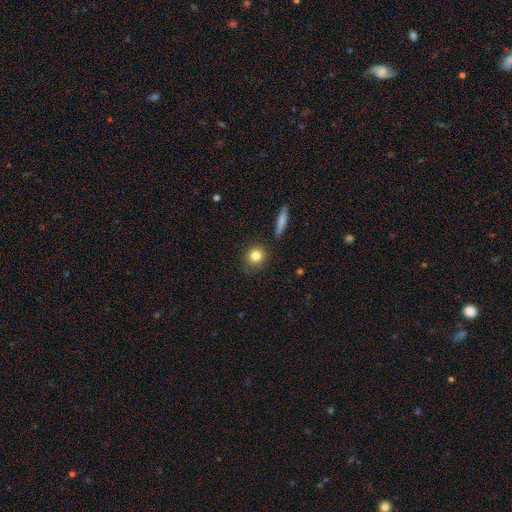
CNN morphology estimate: smooth 82%, featured or disk 9%, star or artifact 9%. Down the decision tree: how rounded — round (84%); merging — none (84%).